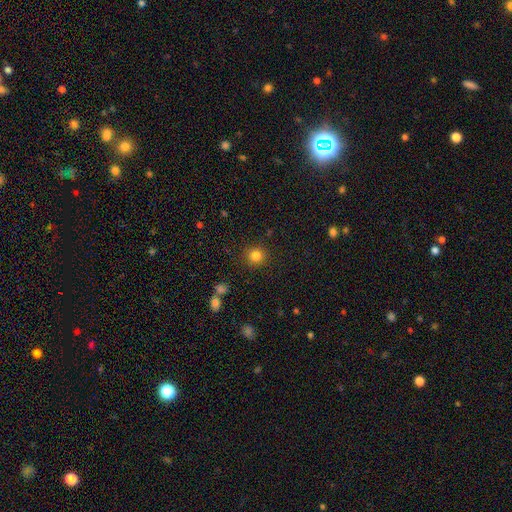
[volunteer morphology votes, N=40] This is clearly a smooth galaxy (82%). How rounded: clearly round (100%). Merging: clearly none (86%).